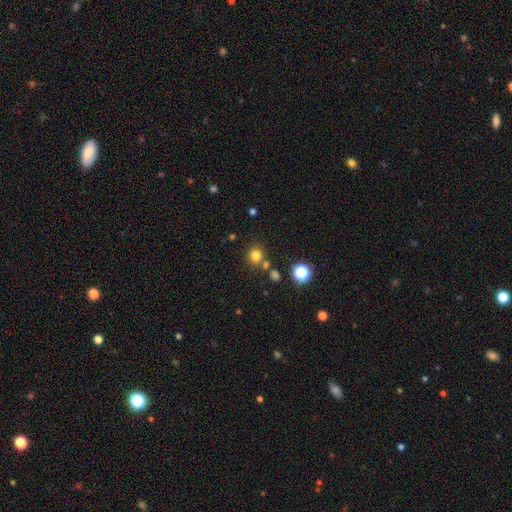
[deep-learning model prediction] smooth 77%, star or artifact 17%, featured or disk 6%. Down the decision tree: how rounded — round (90%); merging — none (76%).